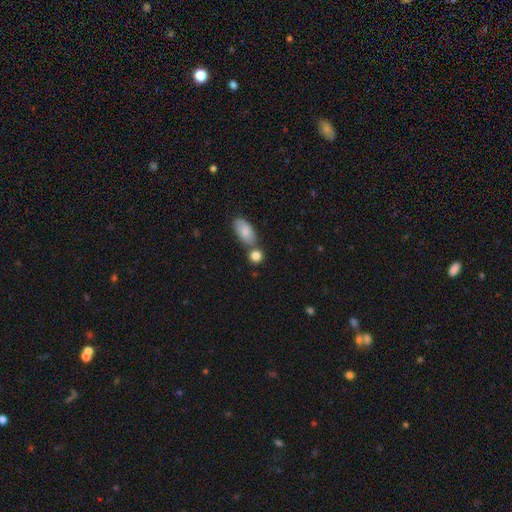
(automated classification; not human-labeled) A smooth galaxy with no disk features (84%) that is round (70%).

Vote fractions:
- Smooth or featured? smooth: 84% / star or artifact: 9% / featured or disk: 7%
- How rounded? round: 70% / in between: 27% / cigar-shaped: 3%
- Merging? none: 59% / merger: 28% / minor disturbance: 9% / major disturbance: 3%